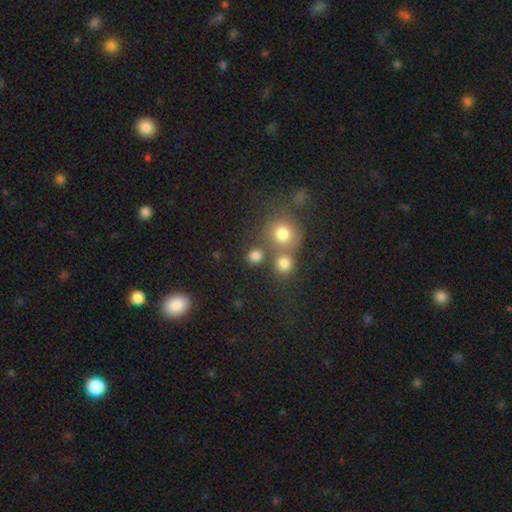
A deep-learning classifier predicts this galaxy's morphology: This is likely a smooth galaxy (79%). How rounded: clearly round (86%). Merging: likely none (67%).